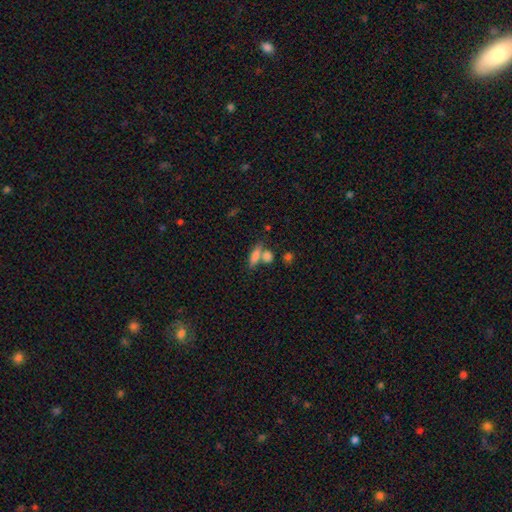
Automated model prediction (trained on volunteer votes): Overall: smooth (74%). How rounded: in between (52%; cigar-shaped 39%). Merging: none (48%; merger 36%).